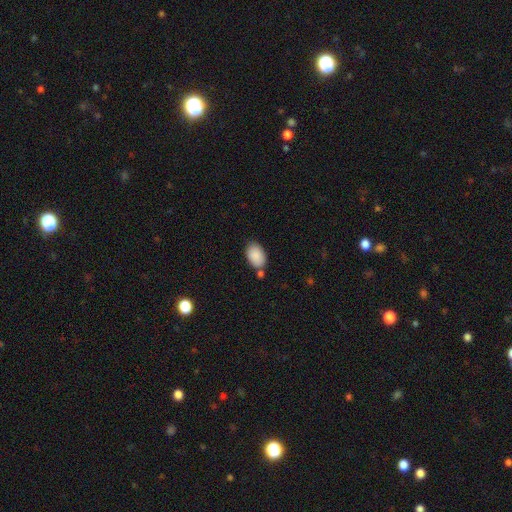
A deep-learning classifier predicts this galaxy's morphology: Smooth or featured? Predicted: smooth (p=0.89). How rounded? Predicted: in between (p=0.91). Merging? Predicted: none (p=0.67).